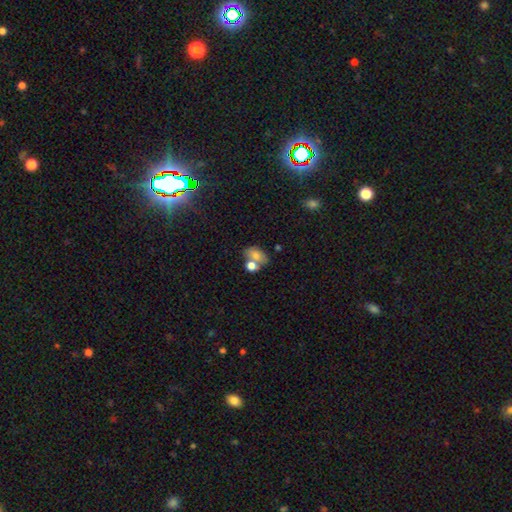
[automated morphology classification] smooth_or_featured: smooth (p=0.73) [alt: featured or disk p=0.18]
how_rounded: in between (p=0.75) [alt: round p=0.23]
merging: merger (p=0.42) [tied with: none p=0.42]